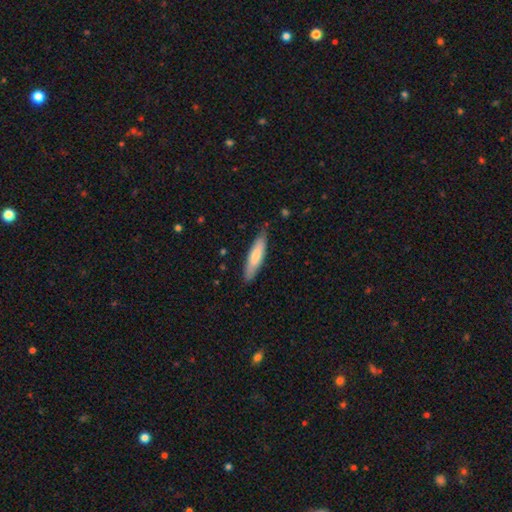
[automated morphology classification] The model was most divided on "smooth or featured": smooth: 72%, featured or disk: 23%, star or artifact: 5%. More confident: merging — none (81%); how rounded — cigar-shaped (74%).